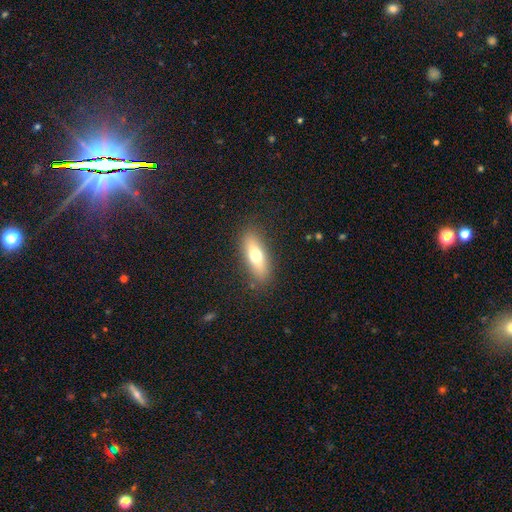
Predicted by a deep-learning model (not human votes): Overall: smooth (65%; featured or disk 27%). How rounded: in between (55%; cigar-shaped 42%). Merging: none (86%).